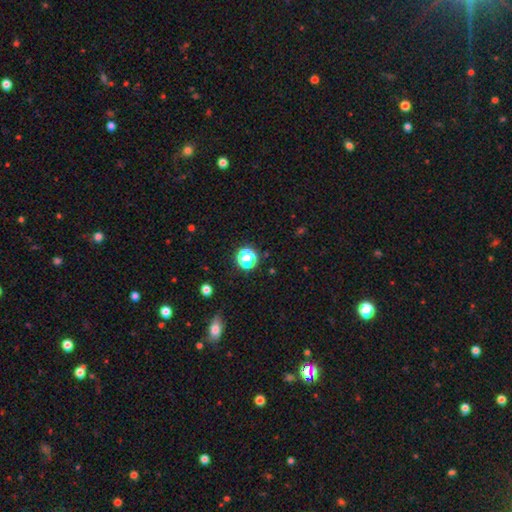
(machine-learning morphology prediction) Smooth or featured: star or artifact — 62% (smooth — 31%)